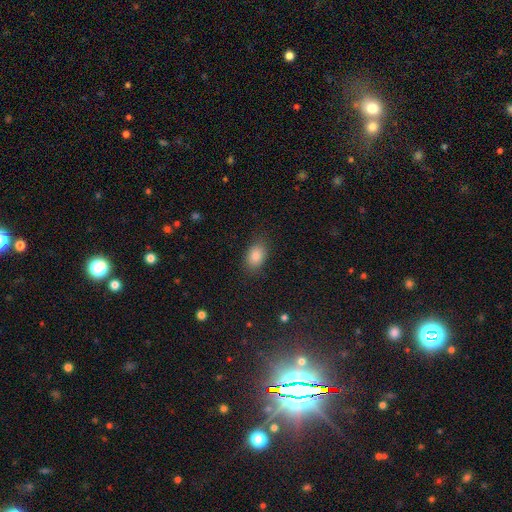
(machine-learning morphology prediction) Overall: smooth (83%). How rounded: in between (83%). Merging: none (83%).